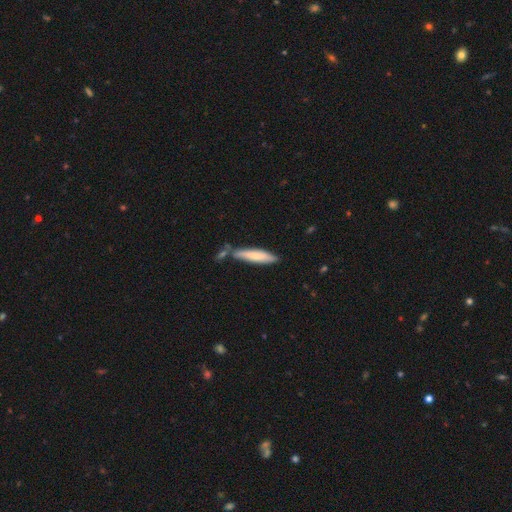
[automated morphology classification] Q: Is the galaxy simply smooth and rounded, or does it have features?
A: smooth — 71%.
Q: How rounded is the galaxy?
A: cigar-shaped — 81%.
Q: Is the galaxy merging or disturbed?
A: none — 66%.